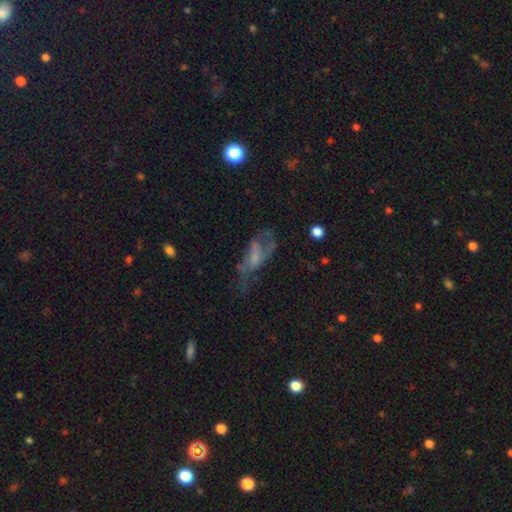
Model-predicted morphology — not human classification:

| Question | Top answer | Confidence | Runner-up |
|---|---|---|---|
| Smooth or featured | featured or disk | 58% | smooth (26%) |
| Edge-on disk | no | 89% | yes (11%) |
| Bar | no | 61% | weak (30%) |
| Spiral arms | yes | 53% | no (47%) |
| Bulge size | none | 43% | small (32%) |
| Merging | major disturbance | 38% | none (37%) |